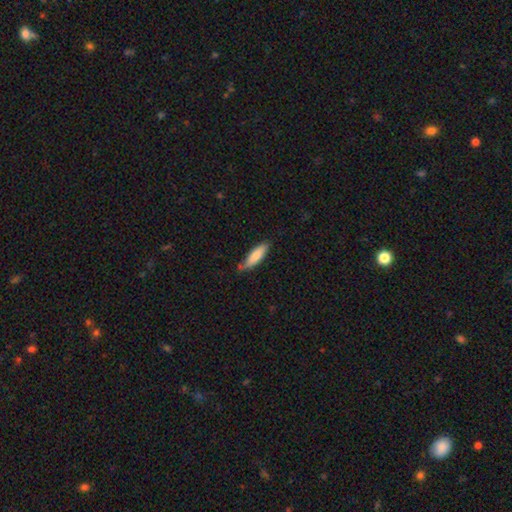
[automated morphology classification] Smooth or featured: smooth — 79% (featured or disk — 16%)
How rounded: cigar-shaped — 59% (in between — 39%)
Merging: none — 72% (minor disturbance — 22%)